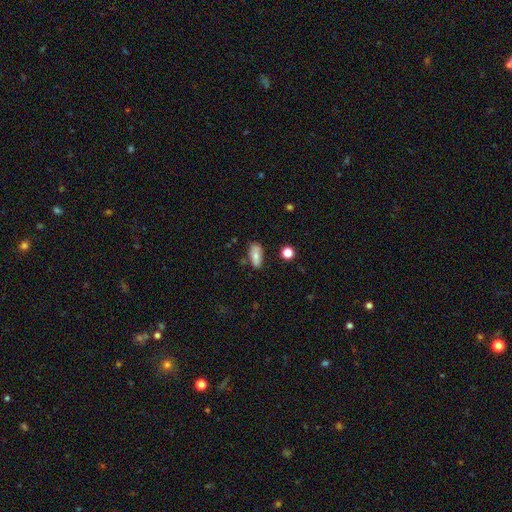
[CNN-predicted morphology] A smooth galaxy with no disk features (73%) that is in between round and cigar-shaped (82%).

Vote fractions:
- Smooth or featured? smooth: 73% / featured or disk: 19% / star or artifact: 8%
- How rounded? in between: 82% / cigar-shaped: 14% / round: 4%
- Merging? none: 73% / minor disturbance: 18% / merger: 5% / major disturbance: 4%